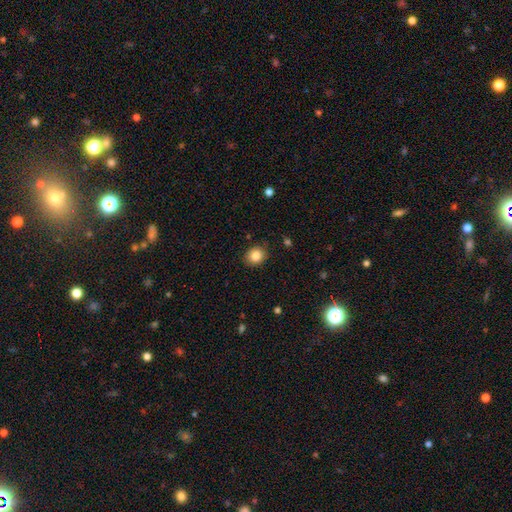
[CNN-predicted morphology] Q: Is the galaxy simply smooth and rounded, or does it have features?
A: smooth — 84%.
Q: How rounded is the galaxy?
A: round — 70%.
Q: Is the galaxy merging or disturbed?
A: none — 87%.